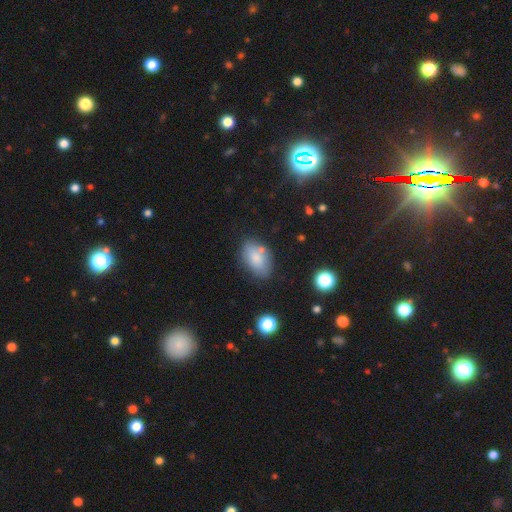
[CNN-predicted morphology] Smooth or featured? smooth (79%)
How rounded? in between (90%)
Merging? none (67%)